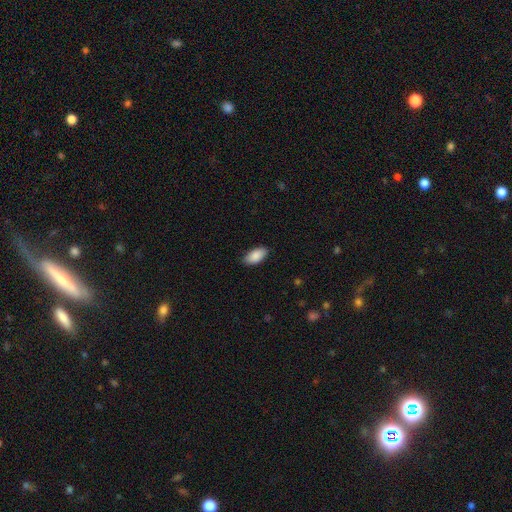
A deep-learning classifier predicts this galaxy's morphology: smooth-or-featured: smooth: 88% | star or artifact: 6% | featured or disk: 5%
  how-rounded: in between: 94% | cigar-shaped: 4% | round: 2%
  merging: none: 86% | minor disturbance: 11% | major disturbance: 2% | merger: 1%